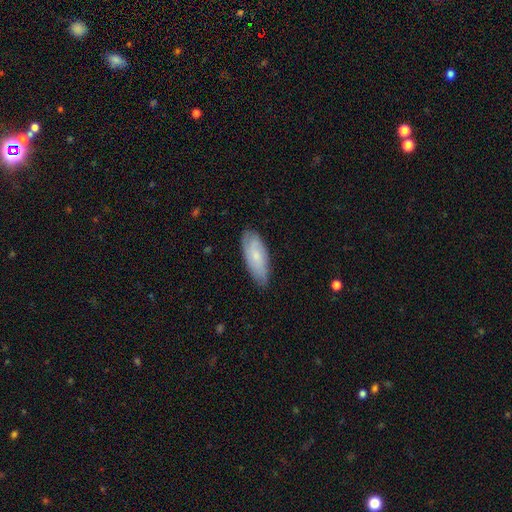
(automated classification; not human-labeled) Smooth or featured? Predicted: smooth (p=0.62). How rounded? Predicted: in between (p=0.77). Merging? Predicted: none (p=0.77).